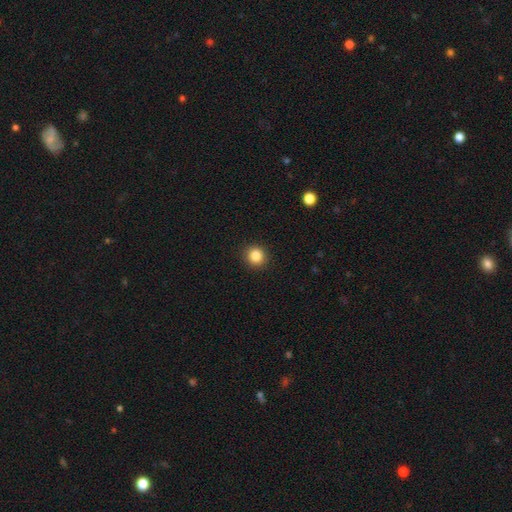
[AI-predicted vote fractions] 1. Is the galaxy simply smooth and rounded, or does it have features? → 85% smooth, 10% star or artifact, 4% featured or disk.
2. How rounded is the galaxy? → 92% round, 7% in between, 1% cigar-shaped.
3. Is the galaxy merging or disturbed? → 92% none, 5% minor disturbance, 2% major disturbance, 1% merger.